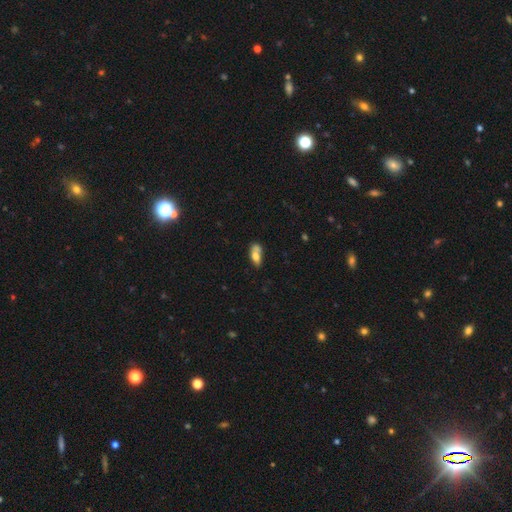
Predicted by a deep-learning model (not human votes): Smooth or featured? smooth (70%)
How rounded? in between (80%)
Merging? none (38%)